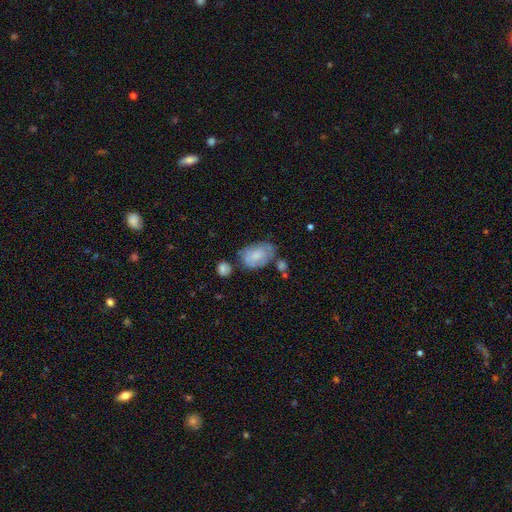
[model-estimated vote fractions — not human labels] smooth-or-featured: smooth: 64% | featured or disk: 28% | star or artifact: 8%
  how-rounded: in between: 87% | round: 11% | cigar-shaped: 1%
  merging: none: 47% | minor disturbance: 29% | major disturbance: 12% | merger: 12%